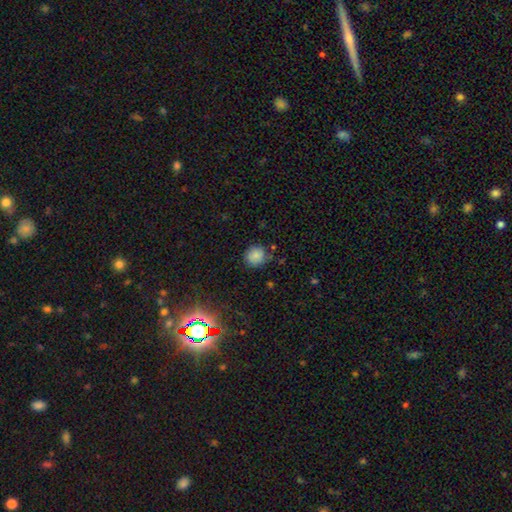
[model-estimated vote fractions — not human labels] smooth 83%, star or artifact 11%, featured or disk 6%. Down the decision tree: how rounded — round (85%); merging — none (80%).